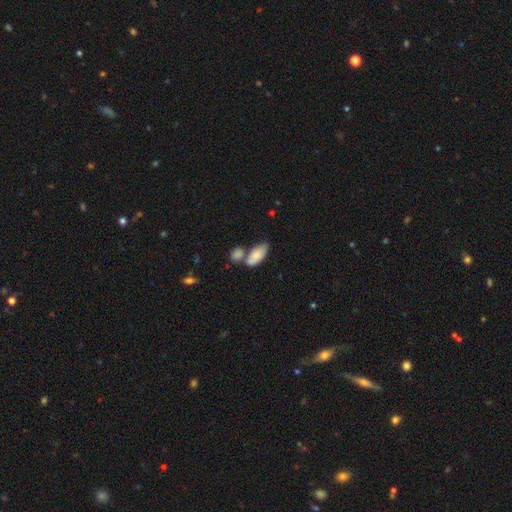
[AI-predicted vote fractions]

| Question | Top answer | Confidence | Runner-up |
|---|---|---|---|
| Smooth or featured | smooth | 81% | featured or disk (13%) |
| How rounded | in between | 89% | cigar-shaped (8%) |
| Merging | none | 40% | tied: merger (40%) |